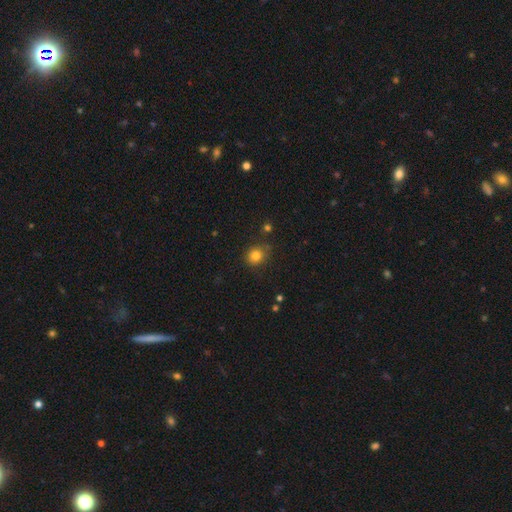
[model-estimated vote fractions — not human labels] Smooth or featured? smooth (82%)
How rounded? round (82%)
Merging? none (83%)